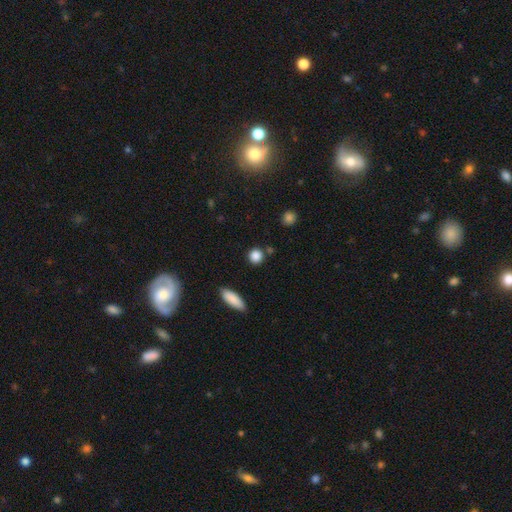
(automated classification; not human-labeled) Q: Smooth or featured?
A: smooth (86%); runner-up: star or artifact (10%)
Q: How rounded?
A: round (89%); runner-up: in between (9%)
Q: Merging?
A: none (84%); runner-up: minor disturbance (8%)